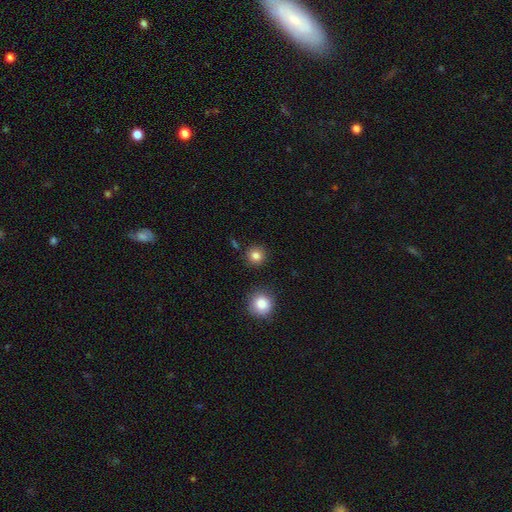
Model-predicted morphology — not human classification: Smooth or featured?
  - smooth: 82% *
  - star or artifact: 12%
  - featured or disk: 6%
How rounded?
  - round: 93% *
  - in between: 6%
  - cigar-shaped: 1%
Merging?
  - none: 88% *
  - minor disturbance: 6%
  - merger: 3%
  - major disturbance: 2%